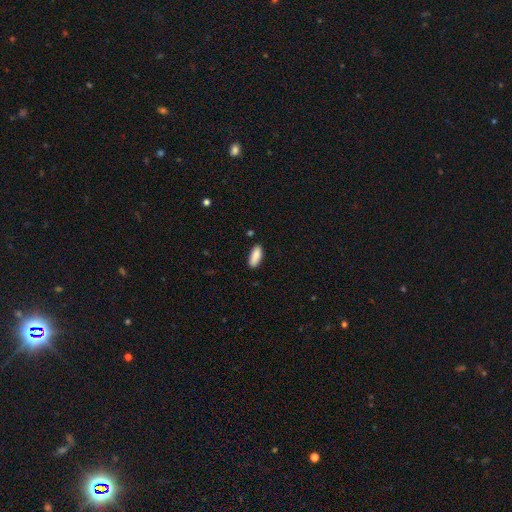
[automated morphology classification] Smooth or featured? Predicted: smooth (p=0.89). How rounded? Predicted: in between (p=0.81). Merging? Predicted: none (p=0.86).